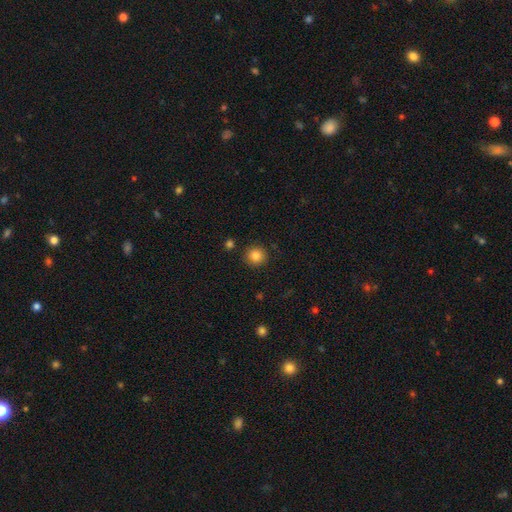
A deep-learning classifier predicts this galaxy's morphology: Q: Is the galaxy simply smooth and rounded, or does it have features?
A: smooth — 85%.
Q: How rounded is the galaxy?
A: round — 93%.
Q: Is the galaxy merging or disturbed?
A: none — 89%.